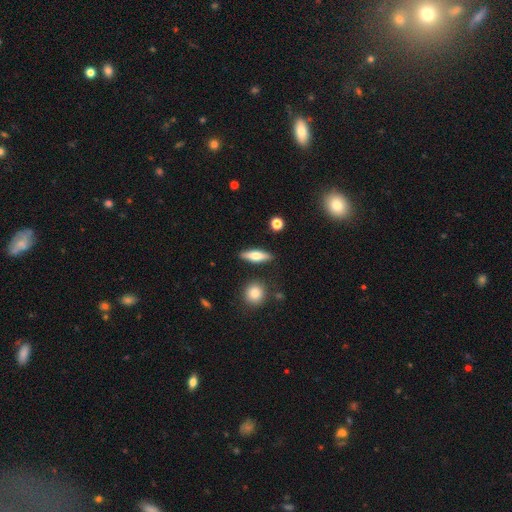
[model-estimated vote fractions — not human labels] Smooth or featured? Predicted: smooth (p=0.59). How rounded? Predicted: cigar-shaped (p=0.52). Merging? Predicted: none (p=0.86).